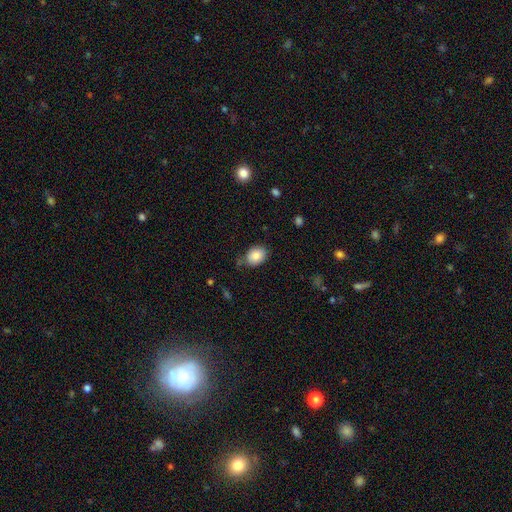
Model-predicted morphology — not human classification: type=smooth (85%); roundness=in between (63%); merging=none (77%).